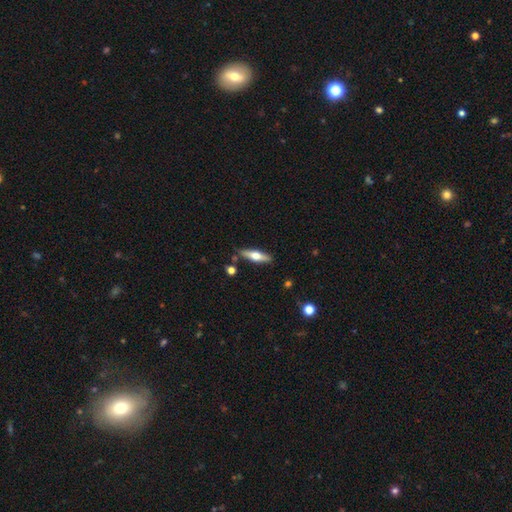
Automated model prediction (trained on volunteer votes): A featured or disk galaxy (50%) viewed edge-on (91%). Merging: none (85%).